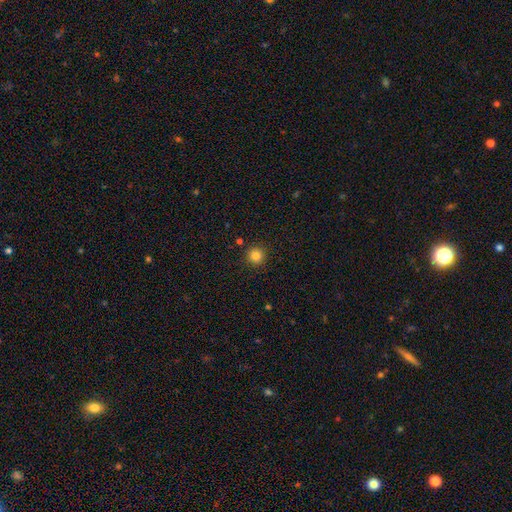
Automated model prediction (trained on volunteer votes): Overall: smooth (84%). How rounded: round (95%). Merging: none (91%).